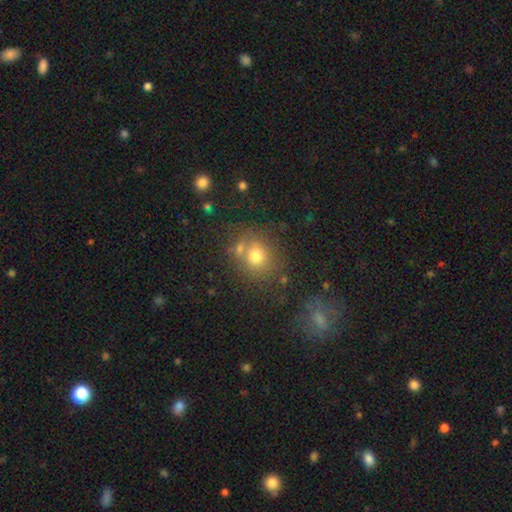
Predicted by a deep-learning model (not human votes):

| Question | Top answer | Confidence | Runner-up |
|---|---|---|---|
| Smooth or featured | smooth | 70% | star or artifact (17%) |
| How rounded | round | 78% | in between (21%) |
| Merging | none | 63% | merger (19%) |